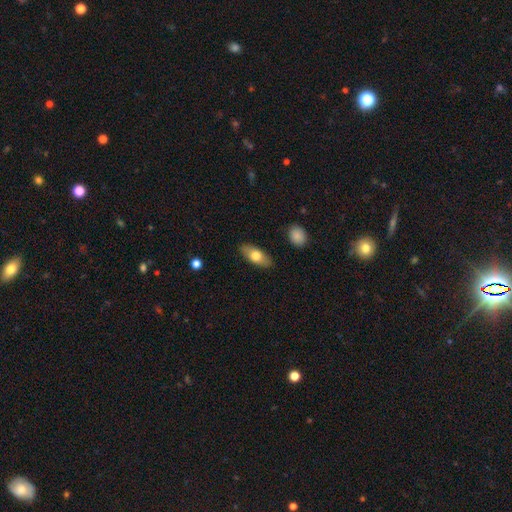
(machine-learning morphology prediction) smooth-or-featured: smooth: 70% | featured or disk: 24% | star or artifact: 6%
  how-rounded: in between: 83% | cigar-shaped: 13% | round: 4%
  merging: none: 87% | minor disturbance: 10% | major disturbance: 2% | merger: 1%